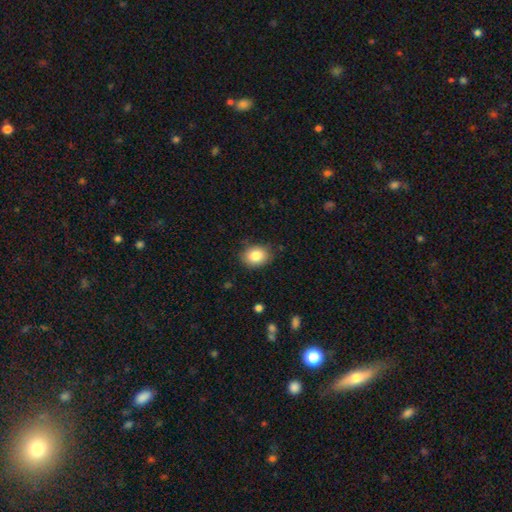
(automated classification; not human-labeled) smooth-or-featured: smooth: 84% | star or artifact: 8% | featured or disk: 7%
  how-rounded: in between: 62% | round: 37% | cigar-shaped: 1%
  merging: none: 83% | minor disturbance: 13% | major disturbance: 3% | merger: 1%